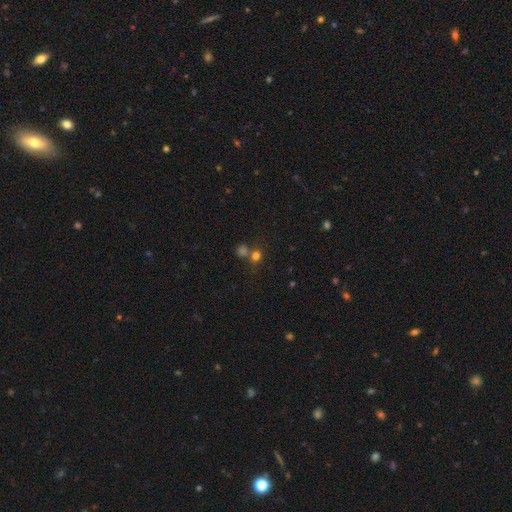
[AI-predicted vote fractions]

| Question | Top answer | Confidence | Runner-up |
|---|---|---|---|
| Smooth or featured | smooth | 71% | star or artifact (22%) |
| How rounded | round | 83% | in between (16%) |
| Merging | none | 58% | merger (29%) |